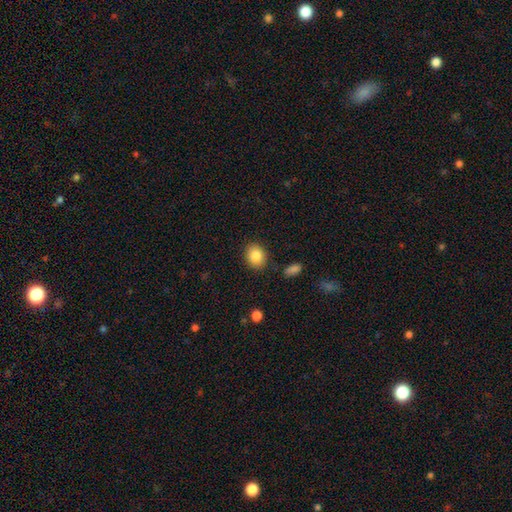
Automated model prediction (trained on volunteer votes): A smooth galaxy with no disk features (86%) that is in between round and cigar-shaped (53%). Merging: none (85%).